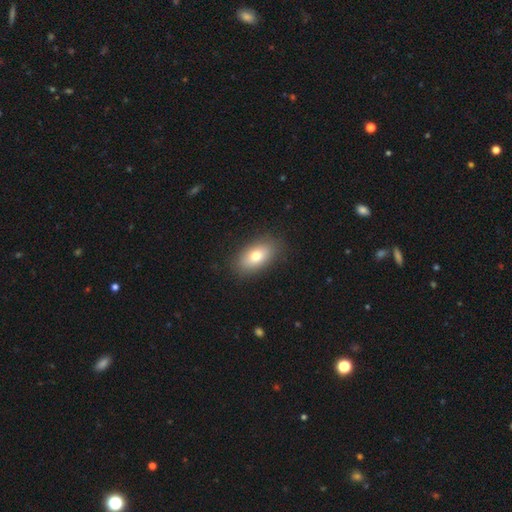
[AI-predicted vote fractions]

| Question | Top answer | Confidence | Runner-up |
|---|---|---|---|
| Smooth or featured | smooth | 76% | featured or disk (16%) |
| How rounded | in between | 89% | round (7%) |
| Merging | none | 87% | minor disturbance (9%) |